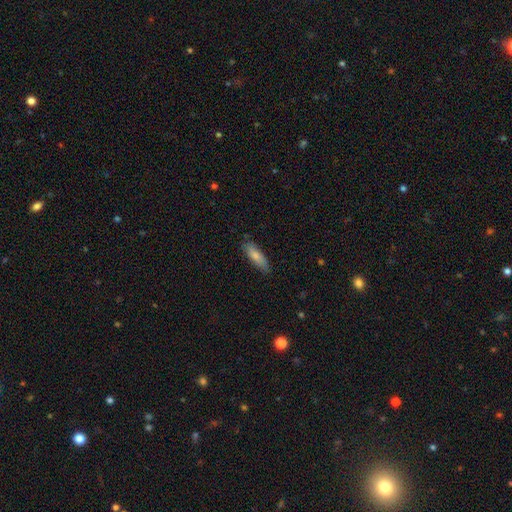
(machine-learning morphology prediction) Overall: smooth (80%). How rounded: cigar-shaped (52%; in between 46%). Merging: none (82%).